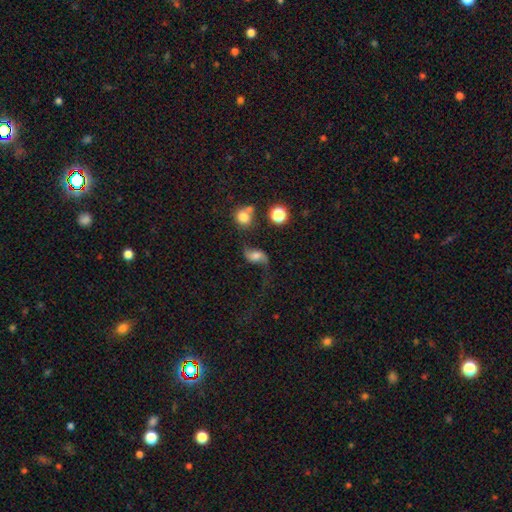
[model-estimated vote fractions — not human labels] Smooth or featured?
  - featured or disk: 59% *
  - smooth: 30%
  - star or artifact: 11%
Edge-on disk?
  - no: 95% *
  - yes: 5%
Bar?
  - no: 58% *
  - weak: 32%
  - strong: 9%
Spiral arms?
  - yes: 90% *
  - no: 10%
Bulge size?
  - moderate: 49% *
  - small: 21%
  - large: 19%
  - none: 7%
  - dominant: 4%
Merging?
  - none: 51% *
  - major disturbance: 21%
  - minor disturbance: 21%
  - merger: 7%